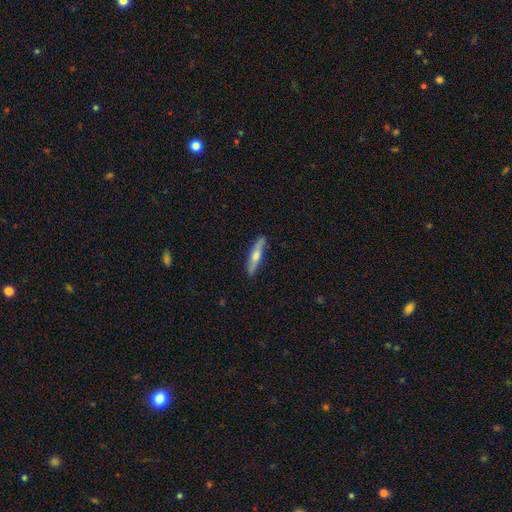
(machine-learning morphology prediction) type=featured or disk (50%); merging=none (87%).